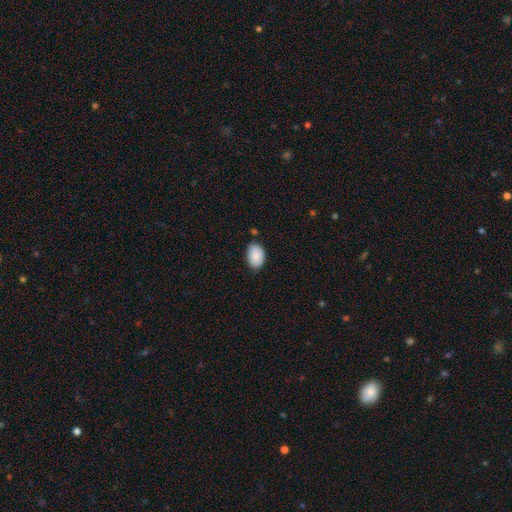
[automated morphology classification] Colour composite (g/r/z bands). It shows a smooth galaxy with no disk features (89%) that is in between round and cigar-shaped (88%). Merging: none (79%).